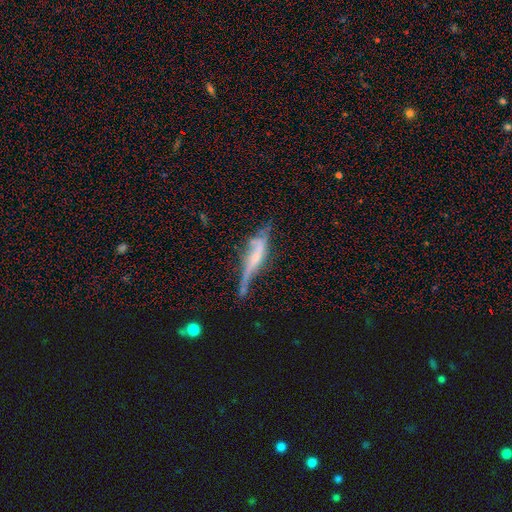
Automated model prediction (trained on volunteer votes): Smooth or featured? Predicted: featured or disk (p=0.68). Edge-on disk? Predicted: yes (p=0.57). Merging? Predicted: none (p=0.34).